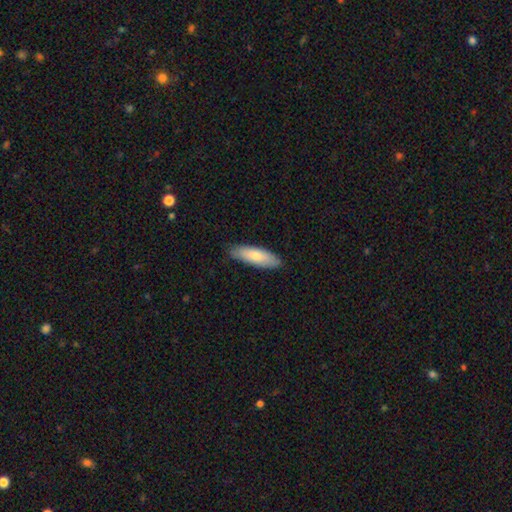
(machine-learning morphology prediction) The model was most divided on "how rounded": in between: 56%, cigar-shaped: 42%, round: 2%. More confident: merging — none (84%); smooth or featured — smooth (75%).